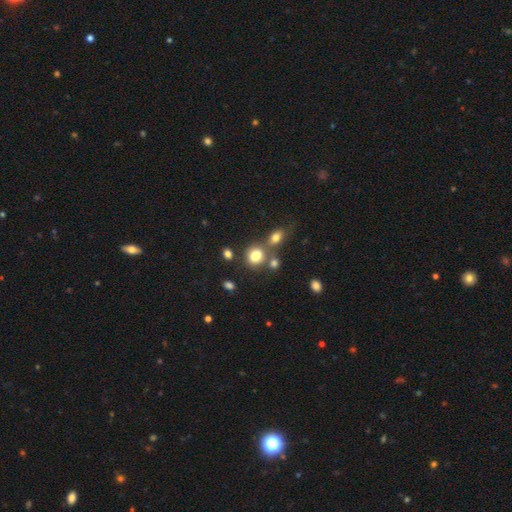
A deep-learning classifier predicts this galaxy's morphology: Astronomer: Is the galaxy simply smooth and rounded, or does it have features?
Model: smooth — 79%.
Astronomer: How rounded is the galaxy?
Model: round — 68%.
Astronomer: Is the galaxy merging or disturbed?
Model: none — 57%.